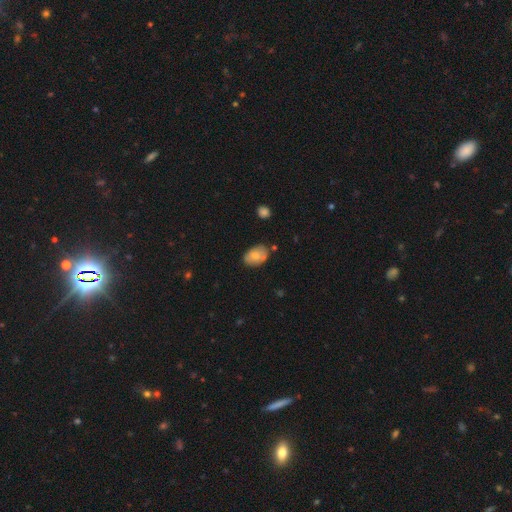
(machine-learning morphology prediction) type=smooth (76%); roundness=in between (85%); merging=none (73%).